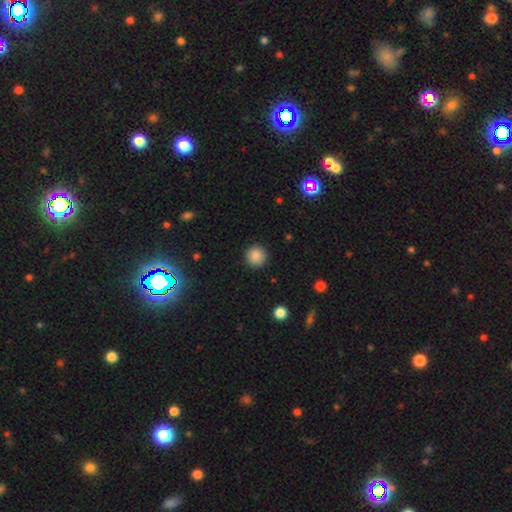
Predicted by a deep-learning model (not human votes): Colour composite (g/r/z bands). It shows a smooth galaxy with no disk features (86%) that is round (95%). Merging: none (91%).